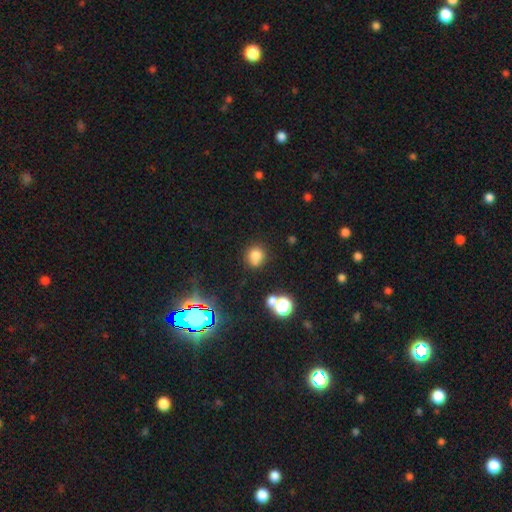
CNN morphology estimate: Smooth or featured? Predicted: smooth (p=0.77). How rounded? Predicted: round (p=0.83). Merging? Predicted: none (p=0.70).